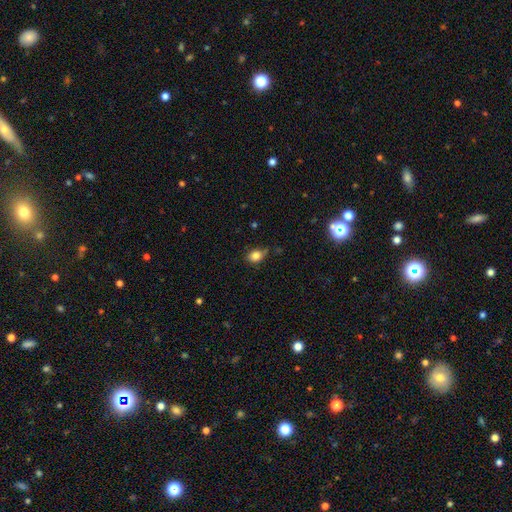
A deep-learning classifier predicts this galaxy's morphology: Smooth or featured? smooth (82%)
How rounded? in between (64%)
Merging? none (63%)